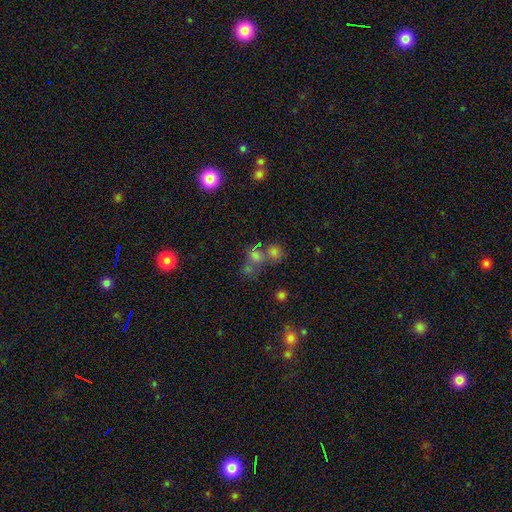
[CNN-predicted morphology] smooth 61%, star or artifact 27%, featured or disk 12%. Down the decision tree: how rounded — round (76%); merging — none (45%).